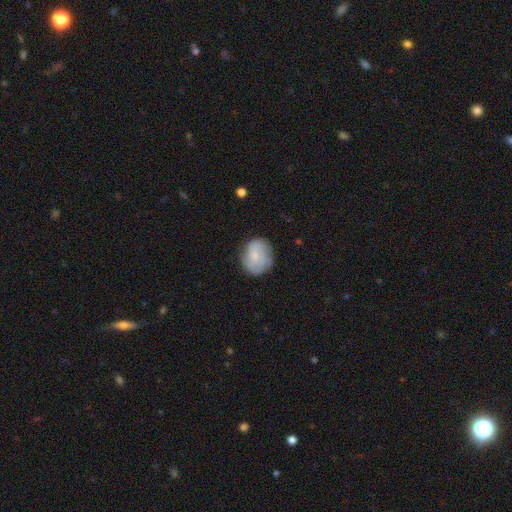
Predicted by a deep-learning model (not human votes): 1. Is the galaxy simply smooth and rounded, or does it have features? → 58% smooth, 35% featured or disk, 7% star or artifact.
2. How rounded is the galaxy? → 68% round, 31% in between, 1% cigar-shaped.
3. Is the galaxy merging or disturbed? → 71% none, 21% minor disturbance, 7% major disturbance, 1% merger.